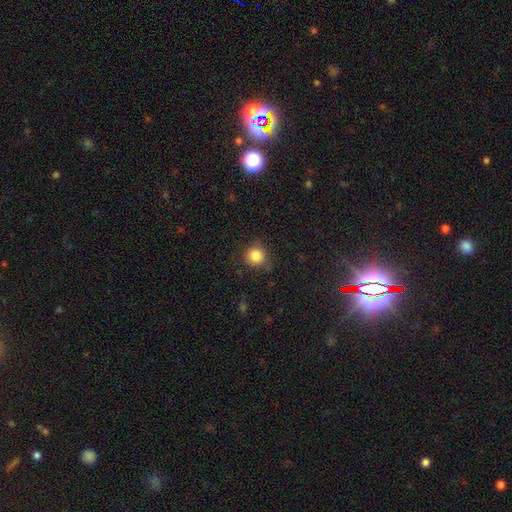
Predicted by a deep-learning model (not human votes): A smooth galaxy with no disk features (85%) that is round (92%). Merging: none (83%).